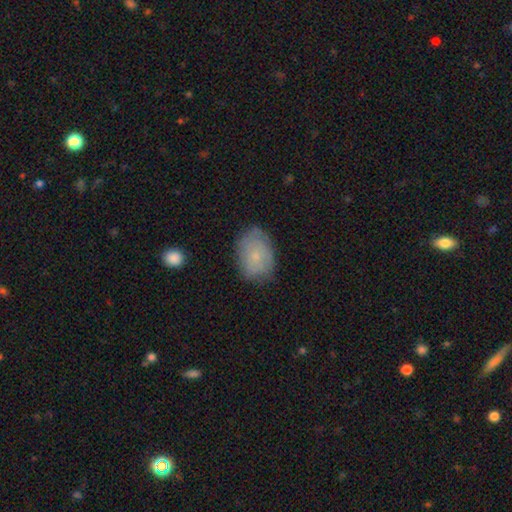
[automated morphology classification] Smooth or featured? Predicted: smooth (p=0.70). How rounded? Predicted: in between (p=0.79). Merging? Predicted: none (p=0.71).